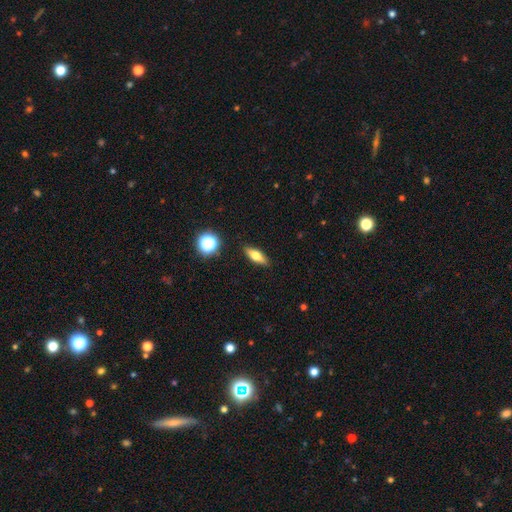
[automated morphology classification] smooth 64%, featured or disk 26%, star or artifact 9%. Down the decision tree: how rounded — in between (57%); merging — none (88%).